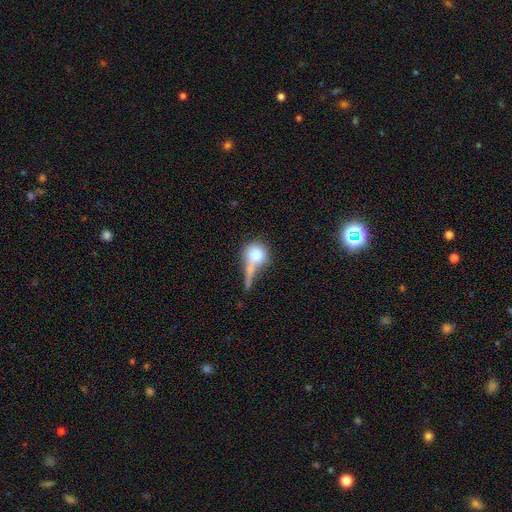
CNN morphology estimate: smooth-or-featured: smooth: 72% | featured or disk: 19% | star or artifact: 9%
  how-rounded: round: 76% | in between: 20% | cigar-shaped: 4%
  merging: merger: 34% | none: 30% | major disturbance: 20% | minor disturbance: 17%